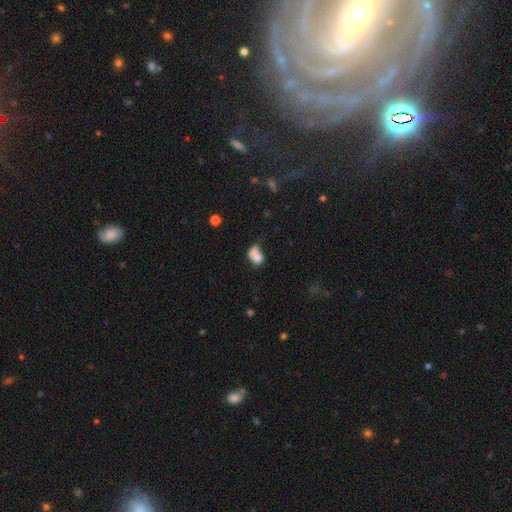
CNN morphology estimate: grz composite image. It shows a smooth galaxy with no disk features (70%) that is in between round and cigar-shaped (55%). Merging: merger (57%).